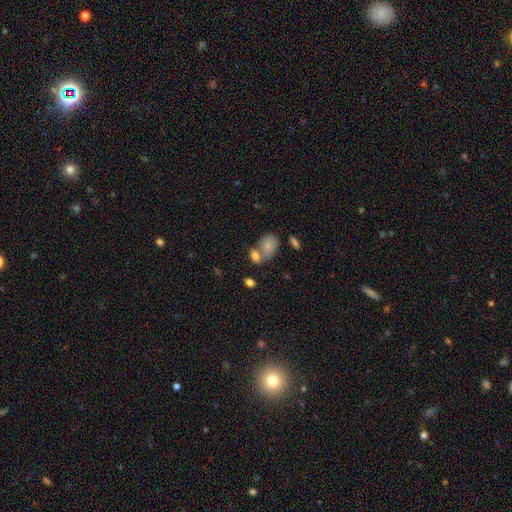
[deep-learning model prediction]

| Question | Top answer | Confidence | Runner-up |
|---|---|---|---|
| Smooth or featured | smooth | 78% | featured or disk (13%) |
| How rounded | in between | 79% | round (19%) |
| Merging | merger | 47% | none (38%) |